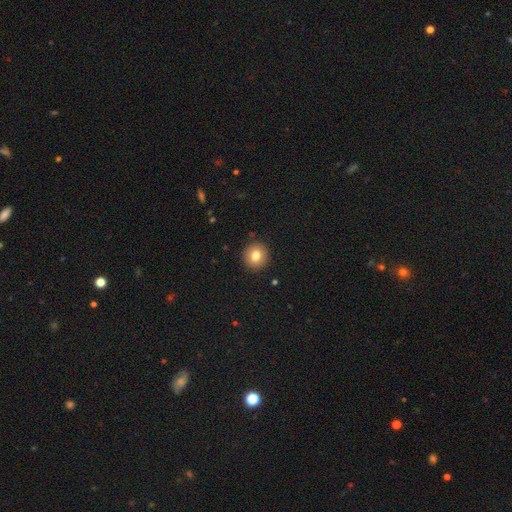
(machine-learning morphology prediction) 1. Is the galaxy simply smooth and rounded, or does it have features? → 79% smooth, 11% featured or disk, 10% star or artifact.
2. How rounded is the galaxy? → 91% round, 8% in between, 1% cigar-shaped.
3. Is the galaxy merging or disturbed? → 91% none, 6% minor disturbance, 2% major disturbance, 1% merger.